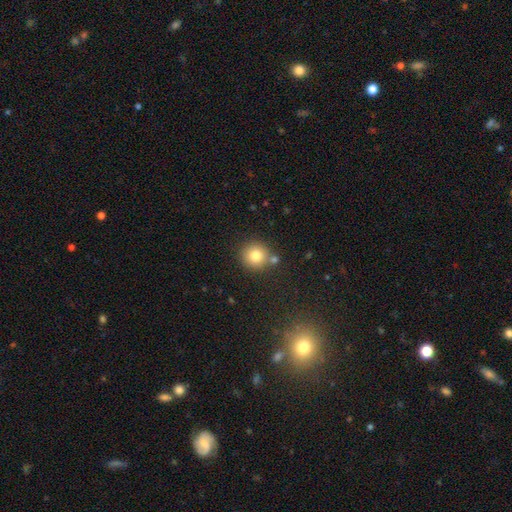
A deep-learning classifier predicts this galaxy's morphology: smooth-or-featured: smooth: 80% | star or artifact: 11% | featured or disk: 9%
  how-rounded: round: 92% | in between: 7% | cigar-shaped: 1%
  merging: none: 75% | merger: 13% | minor disturbance: 9% | major disturbance: 3%